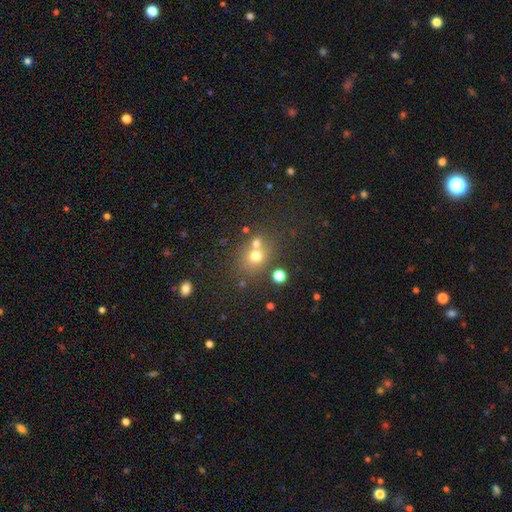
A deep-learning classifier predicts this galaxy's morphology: type=smooth (67%); roundness=round (73%); merging=none (53%).